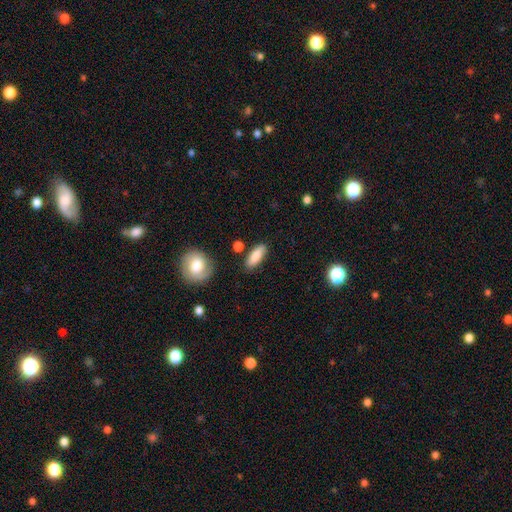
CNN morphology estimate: This is clearly a smooth galaxy (85%). How rounded: likely in between (71%). Merging: clearly none (82%).